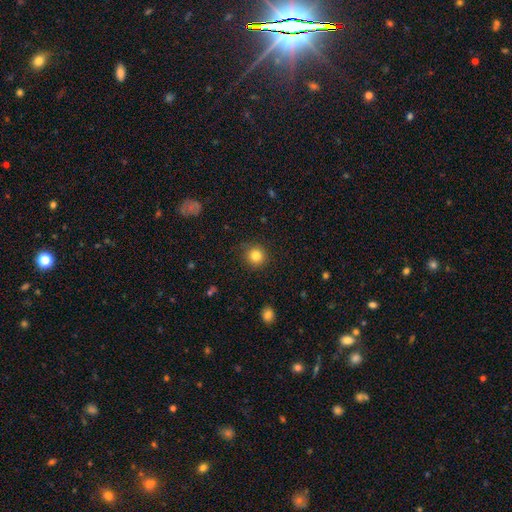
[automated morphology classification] A smooth galaxy with no disk features (83%) that is round (93%). Merging: none (88%).